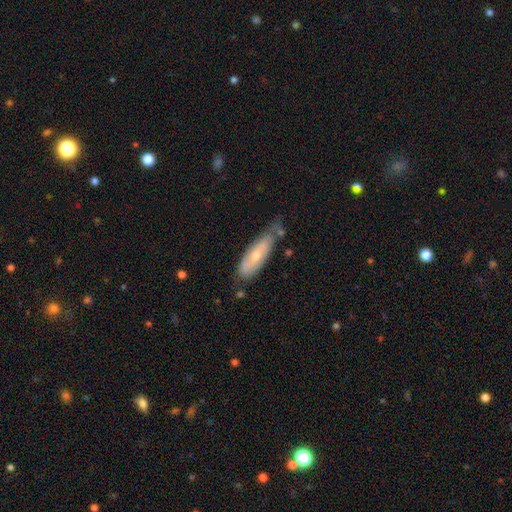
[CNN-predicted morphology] Overall: smooth (52%; featured or disk 42%). How rounded: in between (51%; cigar-shaped 47%). Merging: none (52%; minor disturbance 33%).